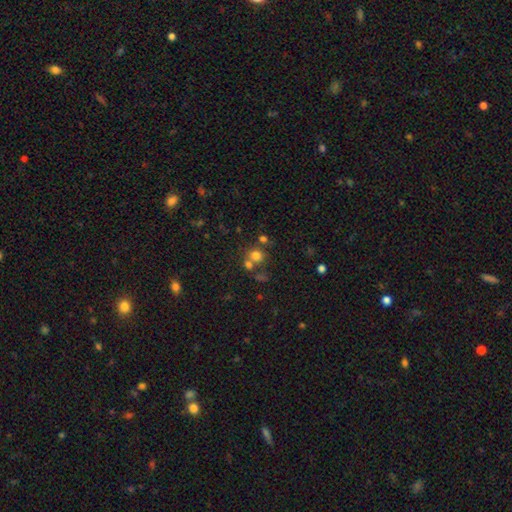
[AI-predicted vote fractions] Q: Smooth or featured?
A: smooth (71%); runner-up: star or artifact (18%)
Q: How rounded?
A: round (84%); runner-up: in between (15%)
Q: Merging?
A: none (56%); runner-up: merger (31%)